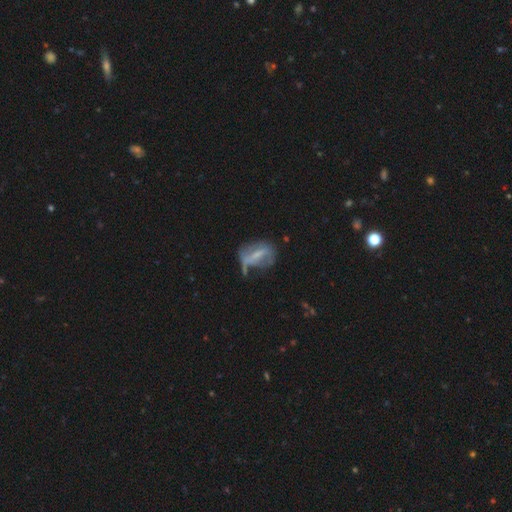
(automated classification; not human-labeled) This is possibly a featured or disk galaxy (56%). It is clearly not viewed edge-on (89%). Bar: marginally strong (42%). Spiral arm pattern: possibly no (57%). Central bulge: marginally small (44%). Merging: marginally none (37%).